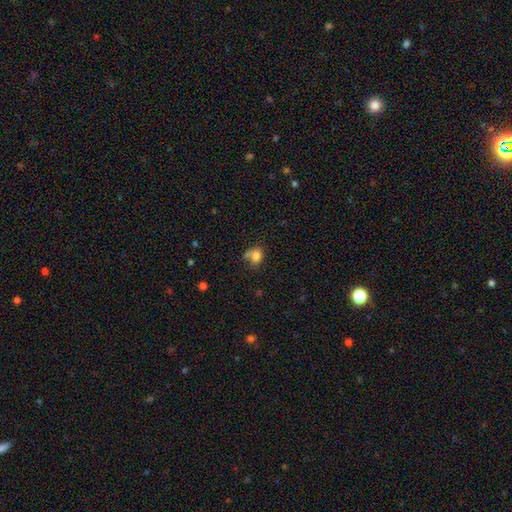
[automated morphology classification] Smooth or featured: smooth — 79% (star or artifact — 11%)
How rounded: in between — 52% (round — 46%)
Merging: none — 44% (minor disturbance — 23%)